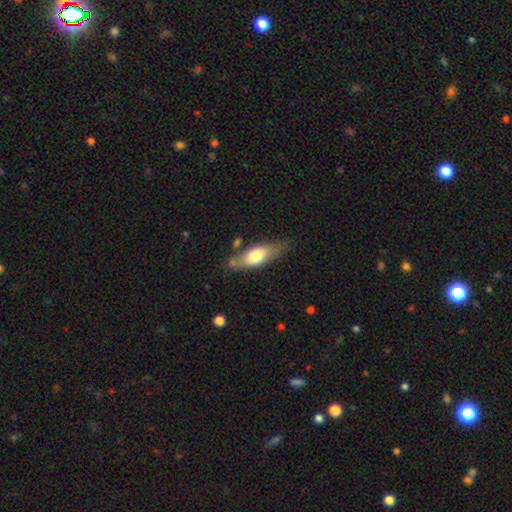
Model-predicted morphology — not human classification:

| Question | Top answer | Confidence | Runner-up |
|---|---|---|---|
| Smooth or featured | smooth | 62% | featured or disk (33%) |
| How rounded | in between | 63% | cigar-shaped (34%) |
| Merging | none | 69% | minor disturbance (20%) |